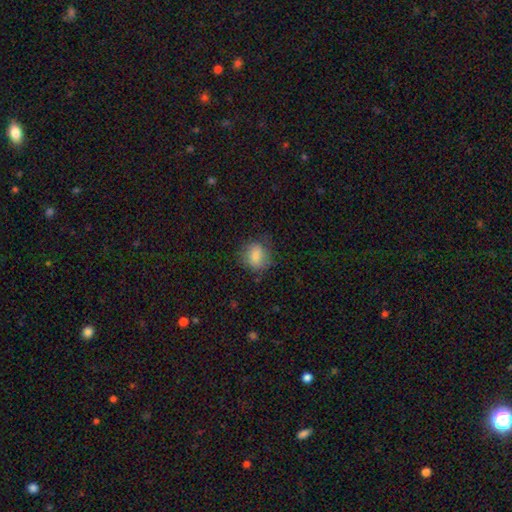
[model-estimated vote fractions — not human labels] Smooth or featured? Predicted: smooth (p=0.81). How rounded? Predicted: round (p=0.68). Merging? Predicted: none (p=0.71).